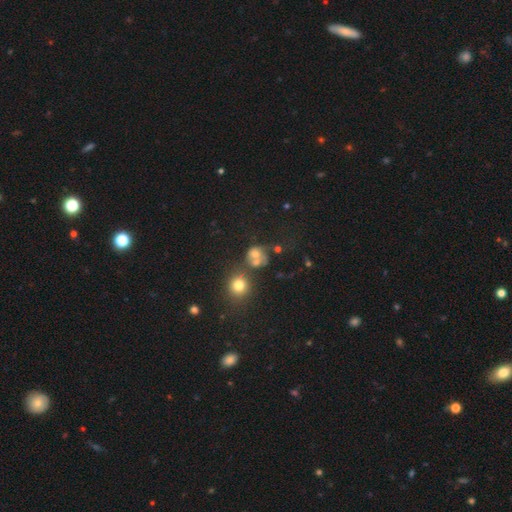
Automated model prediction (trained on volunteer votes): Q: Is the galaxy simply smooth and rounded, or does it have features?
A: smooth — 60%.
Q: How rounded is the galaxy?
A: round — 71%.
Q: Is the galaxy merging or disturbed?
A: merger — 40%.